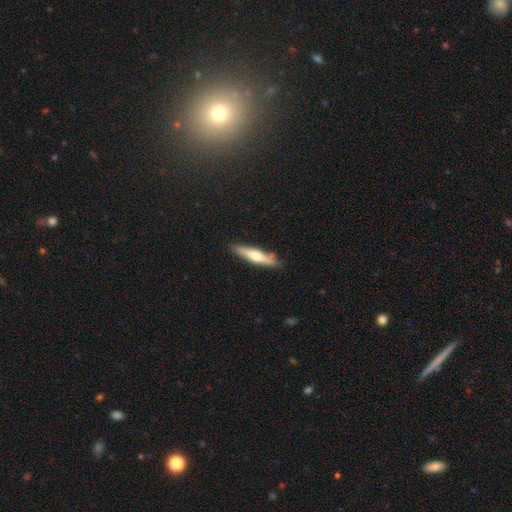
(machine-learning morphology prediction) Smooth or featured? smooth (50%)
How rounded? cigar-shaped (84%)
Merging? none (85%)